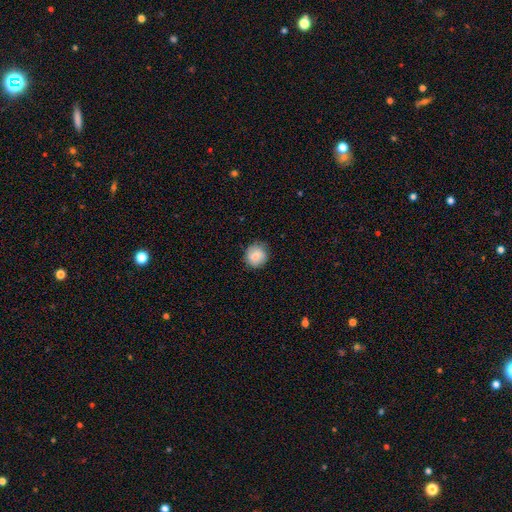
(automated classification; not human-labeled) Smooth or featured?
  - smooth: 78% *
  - featured or disk: 14%
  - star or artifact: 8%
How rounded?
  - round: 87% *
  - in between: 12%
  - cigar-shaped: 1%
Merging?
  - none: 79% *
  - minor disturbance: 17%
  - major disturbance: 3%
  - merger: 1%